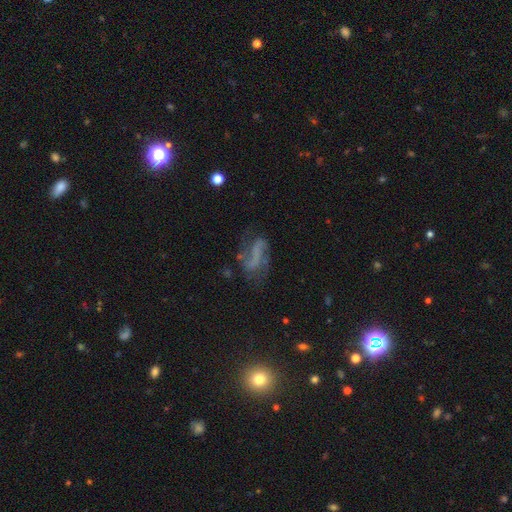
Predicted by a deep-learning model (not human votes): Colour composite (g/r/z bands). It shows a featured or disk galaxy (62%) with no bar (40%), spiral arms (74%) and no central bulge (77%). Merging: none (50%).